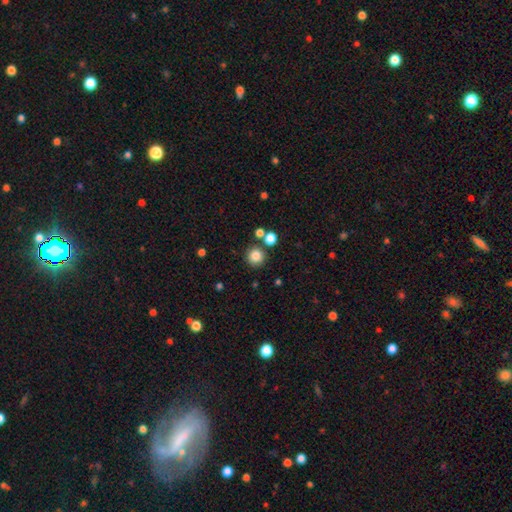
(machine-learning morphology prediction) Smooth or featured?
  - smooth: 83% *
  - star or artifact: 12%
  - featured or disk: 5%
How rounded?
  - round: 94% *
  - in between: 5%
  - cigar-shaped: 1%
Merging?
  - none: 82% *
  - merger: 9%
  - minor disturbance: 7%
  - major disturbance: 3%